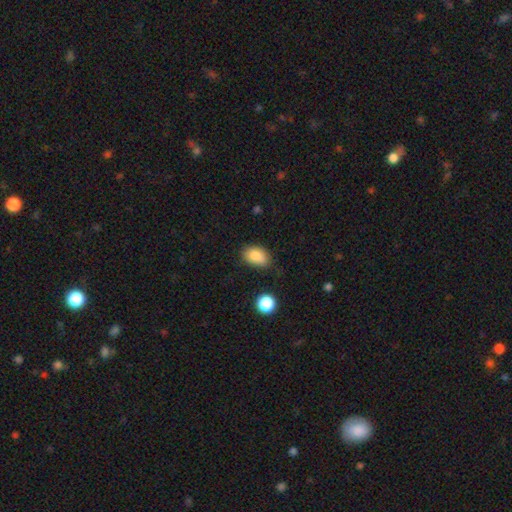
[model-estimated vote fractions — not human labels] smooth-or-featured: smooth: 85% | star or artifact: 9% | featured or disk: 6%
  how-rounded: in between: 84% | round: 14% | cigar-shaped: 1%
  merging: none: 70% | minor disturbance: 22% | major disturbance: 4% | merger: 4%